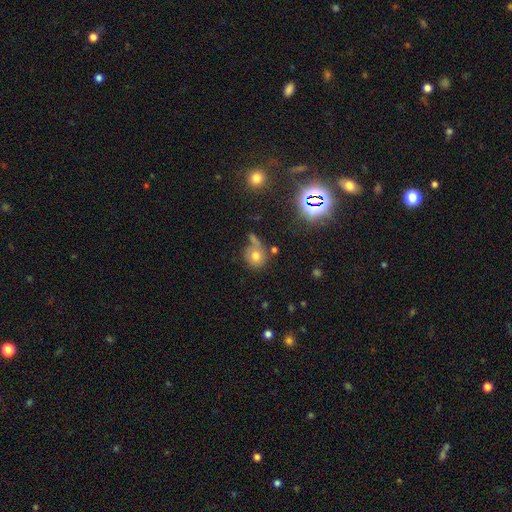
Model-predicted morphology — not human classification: A smooth galaxy with no disk features (68%) that is round (80%).

Vote fractions:
- Smooth or featured? smooth: 68% / star or artifact: 17% / featured or disk: 14%
- How rounded? round: 80% / in between: 19% / cigar-shaped: 1%
- Merging? none: 52% / merger: 20% / minor disturbance: 17% / major disturbance: 10%